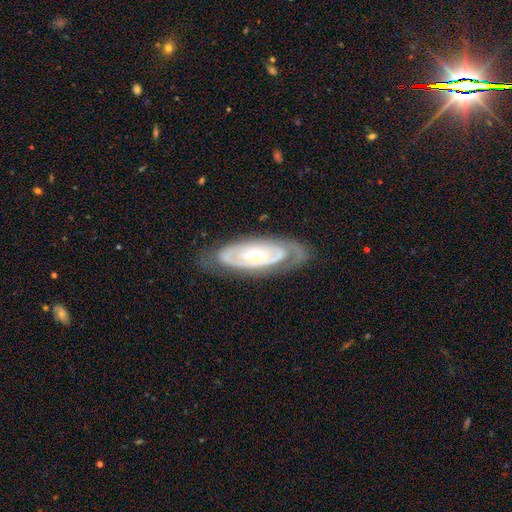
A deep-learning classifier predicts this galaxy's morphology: Smooth or featured? featured or disk (82%)
Edge-on disk? no (88%)
Bar? no (54%)
Spiral arms? yes (79%)
Spiral winding? tight (64%)
Spiral arm count? 2 (57%)
Bulge size? moderate (63%)
Merging? none (75%)